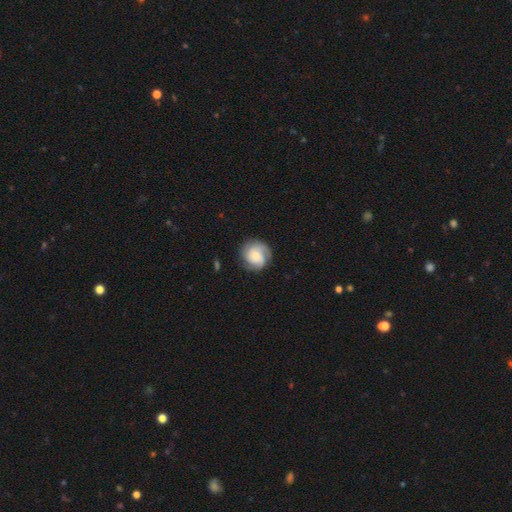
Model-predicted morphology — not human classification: Overall: featured or disk (58%; smooth 35%). Edge-on disk: no (98%). Bar: no (72%). Spiral arms: yes (92%). Spiral arm count: 2 (36%; 3 25%). Spiral winding: tight (52%; medium 35%). Bulge size: small (51%; moderate 31%). Merging: none (76%).